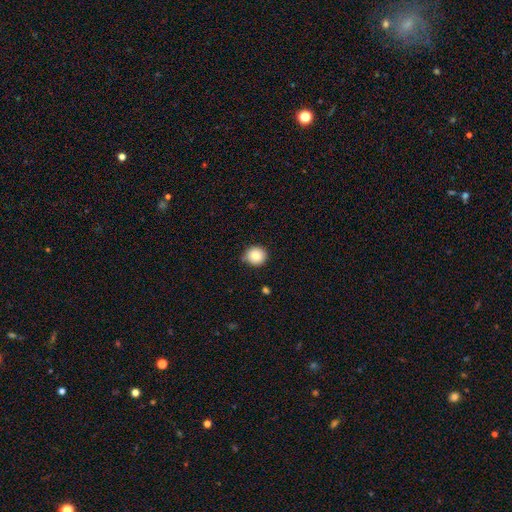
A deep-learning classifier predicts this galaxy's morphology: Smooth or featured? smooth (84%)
How rounded? round (89%)
Merging? none (83%)